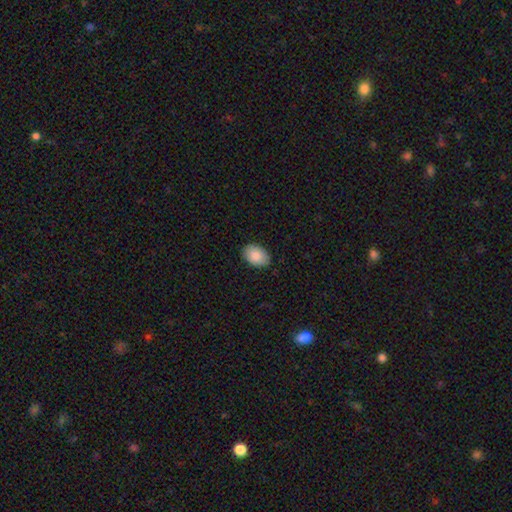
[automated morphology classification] A smooth galaxy with no disk features (88%) that is in between round and cigar-shaped (87%).

Vote fractions:
- Smooth or featured? smooth: 88% / star or artifact: 6% / featured or disk: 6%
- How rounded? in between: 87% / round: 12% / cigar-shaped: 1%
- Merging? none: 86% / minor disturbance: 11% / major disturbance: 2% / merger: 1%